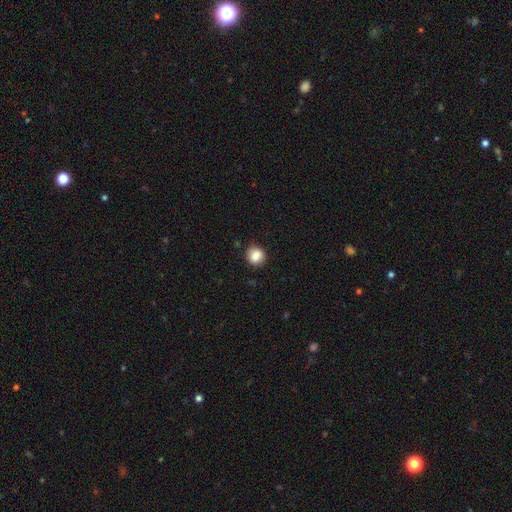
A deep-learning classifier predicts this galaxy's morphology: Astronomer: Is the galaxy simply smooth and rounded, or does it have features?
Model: smooth — 85%.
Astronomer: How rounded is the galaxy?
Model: round — 74%.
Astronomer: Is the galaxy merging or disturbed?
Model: none — 82%.